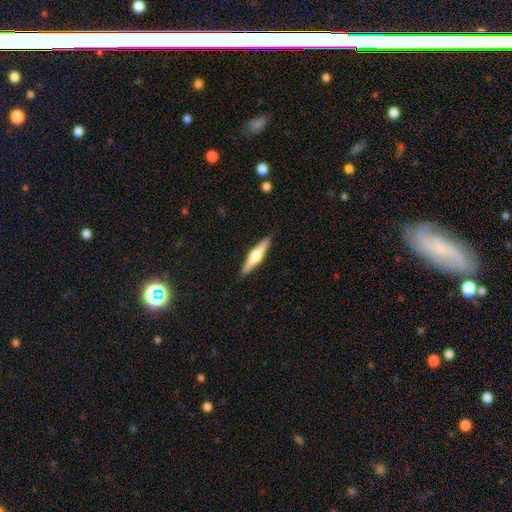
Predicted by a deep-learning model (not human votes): This appears to be a featured or disk galaxy (61%) viewed edge-on (97%) with a rounded central bulge (93%). Merging: none (90%).